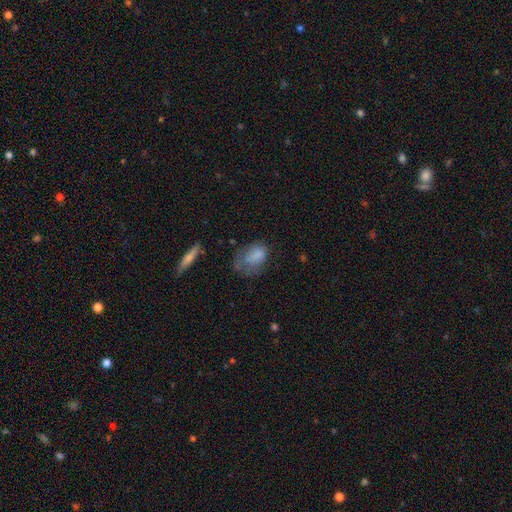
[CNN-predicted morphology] type=smooth (72%); roundness=in between (81%); merging=major disturbance (33%).